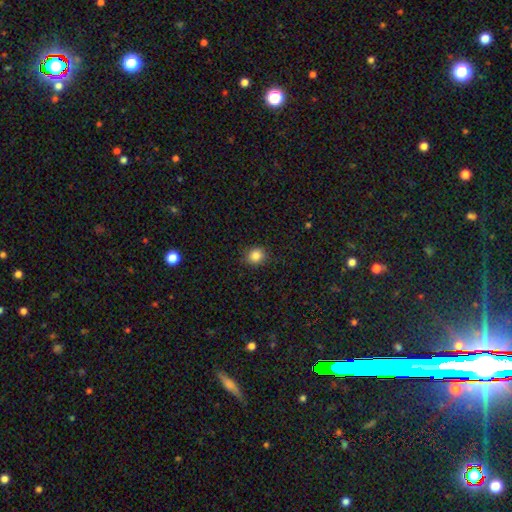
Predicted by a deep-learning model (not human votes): A smooth galaxy with no disk features (85%) that is round (81%). Merging: none (89%).